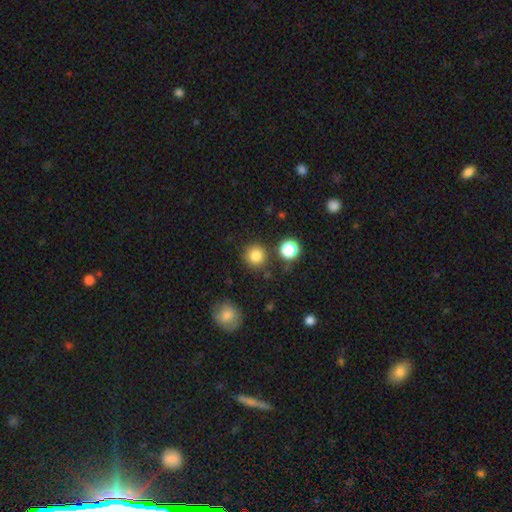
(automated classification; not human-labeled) Overall: smooth (83%). How rounded: round (94%). Merging: none (85%).